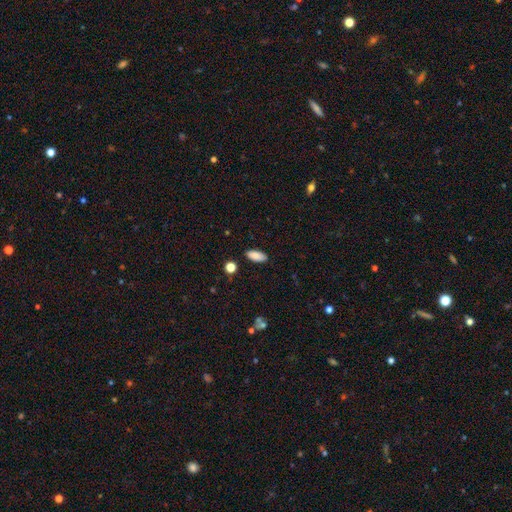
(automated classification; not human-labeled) smooth_or_featured: smooth (p=0.87) [alt: star or artifact p=0.08]
how_rounded: in between (p=0.86) [alt: cigar-shaped p=0.11]
merging: none (p=0.87) [alt: minor disturbance p=0.09]